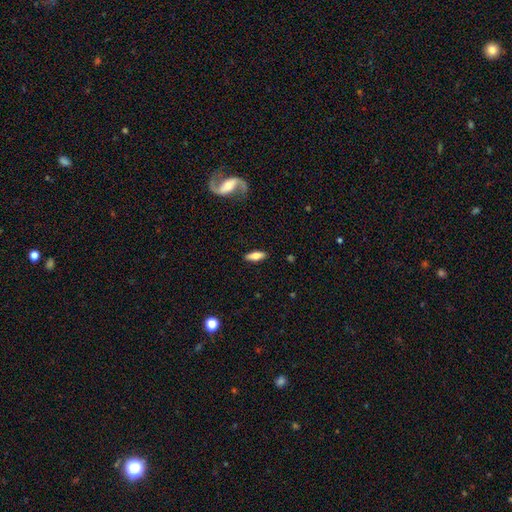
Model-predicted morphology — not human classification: This is likely a smooth galaxy (71%). How rounded: likely in between (64%). Merging: clearly none (87%).